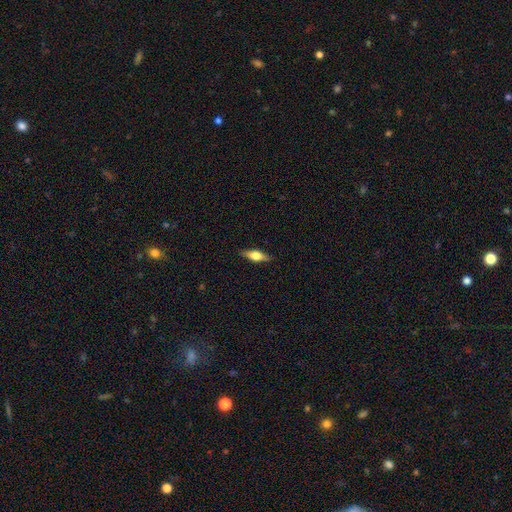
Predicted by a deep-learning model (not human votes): Q: Smooth or featured?
A: featured or disk (48%); runner-up: smooth (45%)
Q: Merging?
A: none (88%); runner-up: minor disturbance (9%)